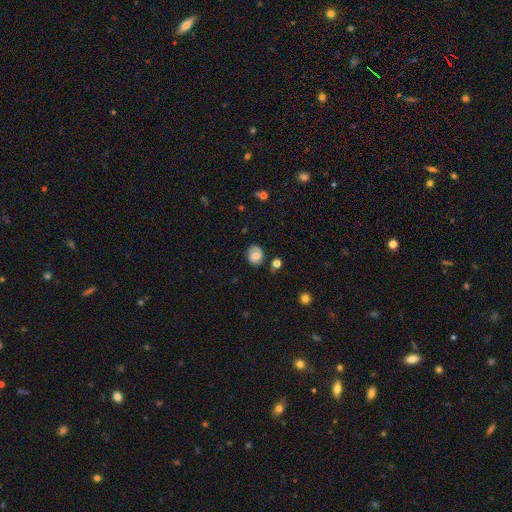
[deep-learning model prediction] Q: Smooth or featured?
A: smooth (60%); runner-up: featured or disk (30%)
Q: How rounded?
A: round (54%); runner-up: in between (45%)
Q: Merging?
A: none (72%); runner-up: minor disturbance (20%)